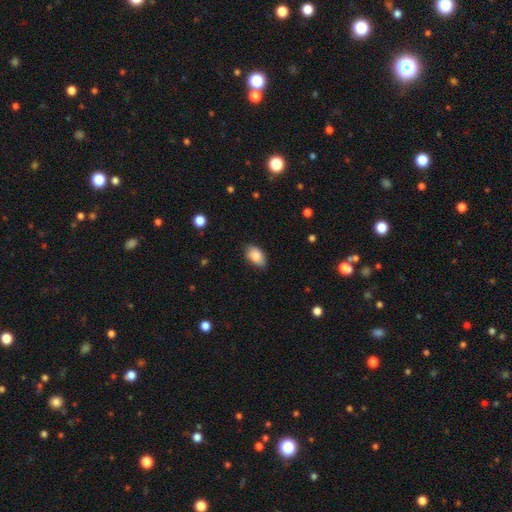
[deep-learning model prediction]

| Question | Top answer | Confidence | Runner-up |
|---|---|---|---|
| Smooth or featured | smooth | 85% | featured or disk (8%) |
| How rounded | in between | 92% | round (6%) |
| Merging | none | 80% | minor disturbance (16%) |